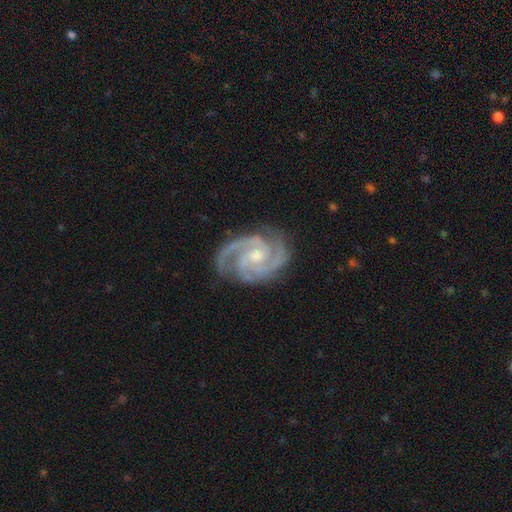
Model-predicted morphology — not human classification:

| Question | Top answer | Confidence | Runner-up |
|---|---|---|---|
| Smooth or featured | featured or disk | 94% | star or artifact (4%) |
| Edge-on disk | no | 98% | yes (2%) |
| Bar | no | 59% | weak (32%) |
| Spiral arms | yes | 99% | no (1%) |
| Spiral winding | tight | 59% | medium (38%) |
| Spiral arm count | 3 | 48% | 2 (37%) |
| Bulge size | moderate | 48% | small (46%) |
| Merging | none | 80% | minor disturbance (15%) |